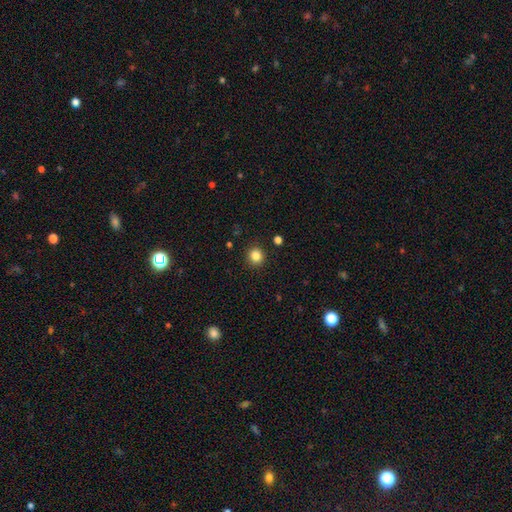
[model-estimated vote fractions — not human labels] Smooth or featured? smooth (84%)
How rounded? round (91%)
Merging? none (91%)